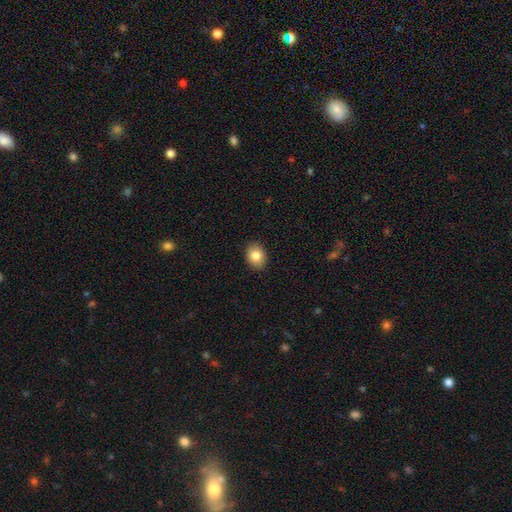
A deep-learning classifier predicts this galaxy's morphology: The model was most divided on "how rounded": in between: 55%, round: 44%, cigar-shaped: 1%. More confident: merging — none (90%); smooth or featured — smooth (83%).